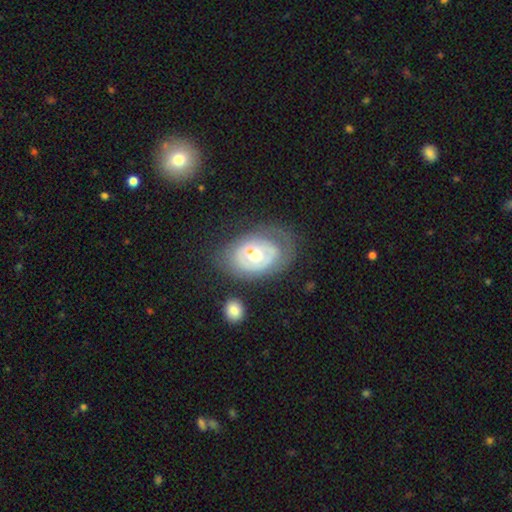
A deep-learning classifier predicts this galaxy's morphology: Smooth or featured: featured or disk — 69% (smooth — 22%)
Edge-on disk: no — 95% (yes — 5%)
Bar: no — 50% (weak — 36%)
Spiral arms: yes — 61% (no — 39%)
Bulge size: moderate — 66% (small — 22%)
Merging: none — 64% (minor disturbance — 20%)